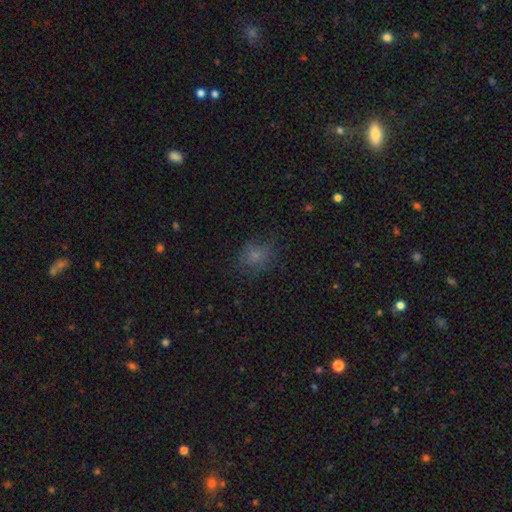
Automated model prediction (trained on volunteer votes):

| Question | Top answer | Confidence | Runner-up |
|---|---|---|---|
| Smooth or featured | smooth | 73% | star or artifact (16%) |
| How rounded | round | 62% | in between (37%) |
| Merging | none | 72% | minor disturbance (19%) |